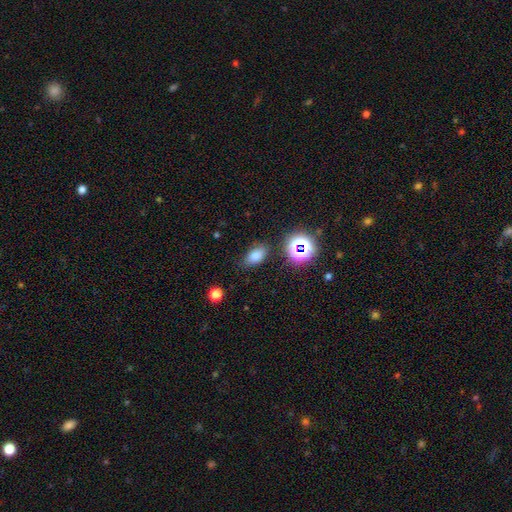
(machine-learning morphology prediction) type=smooth (76%); roundness=in between (85%); merging=none (78%).